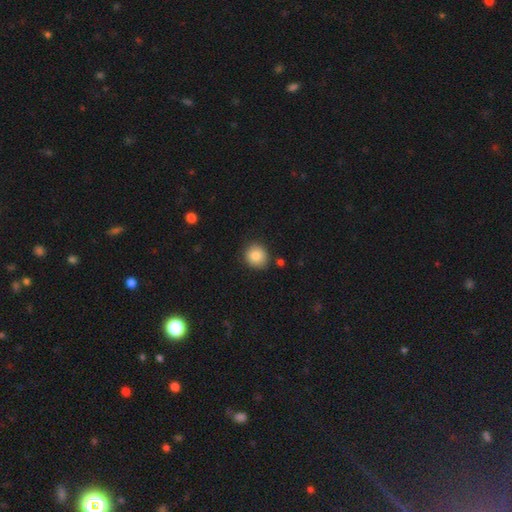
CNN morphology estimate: smooth 84%, star or artifact 9%, featured or disk 7%. Down the decision tree: how rounded — round (85%); merging — none (85%).